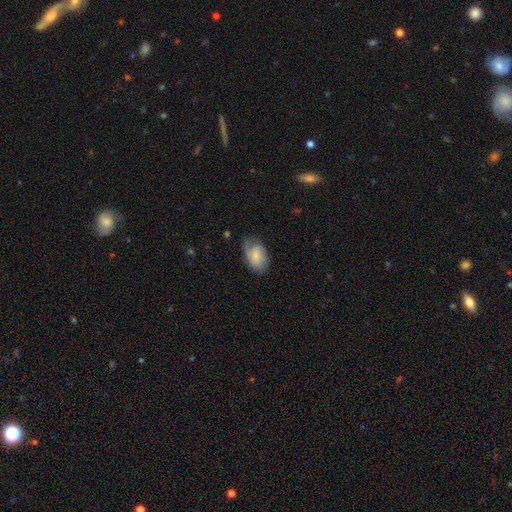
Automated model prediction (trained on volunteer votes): The model was most divided on "smooth or featured": smooth: 54%, featured or disk: 39%, star or artifact: 7%. More confident: how rounded — in between (90%); merging — none (61%).